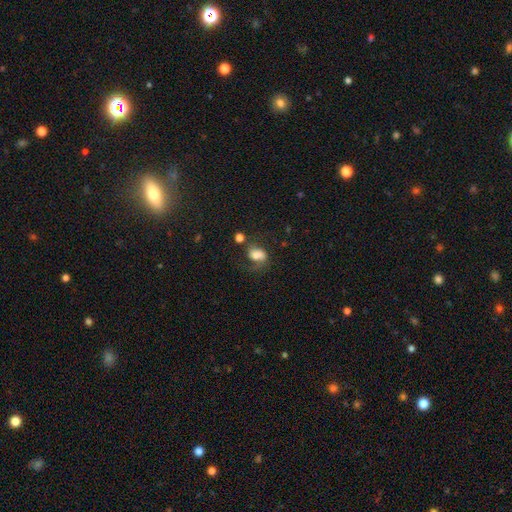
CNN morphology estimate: This appears to be a smooth galaxy with no disk features (56%) that is in between round and cigar-shaped (73%). Merging: none (35%).